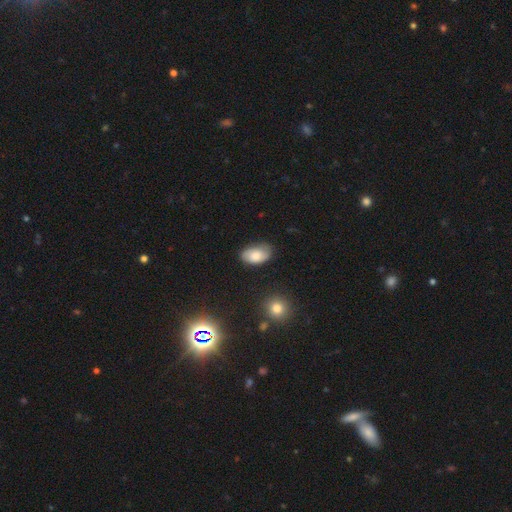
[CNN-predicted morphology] The model was most divided on "merging": none: 67%, minor disturbance: 26%, major disturbance: 5%, merger: 2%. More confident: how rounded — in between (92%); smooth or featured — smooth (75%).